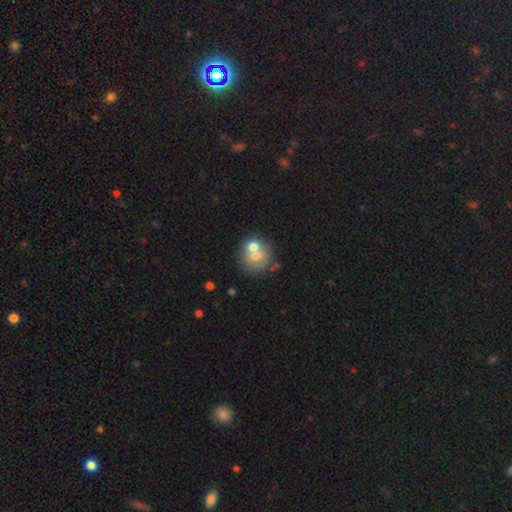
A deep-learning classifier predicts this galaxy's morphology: This appears to be a smooth galaxy with no disk features (63%) that is round (81%). Merging: none (42%, tied with merger).